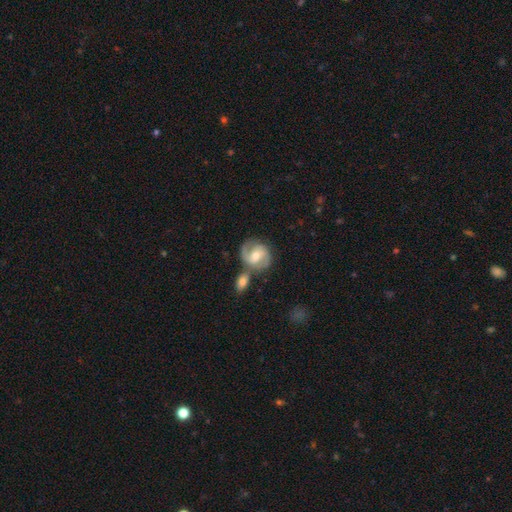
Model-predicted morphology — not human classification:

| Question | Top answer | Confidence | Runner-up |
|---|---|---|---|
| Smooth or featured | featured or disk | 76% | smooth (18%) |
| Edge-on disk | no | 97% | yes (3%) |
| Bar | weak | 47% | no (36%) |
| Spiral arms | yes | 93% | no (7%) |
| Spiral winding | medium | 51% | tight (33%) |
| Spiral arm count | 2 | 83% | can't tell (7%) |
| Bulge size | moderate | 60% | small (35%) |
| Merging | none | 54% | merger (27%) |